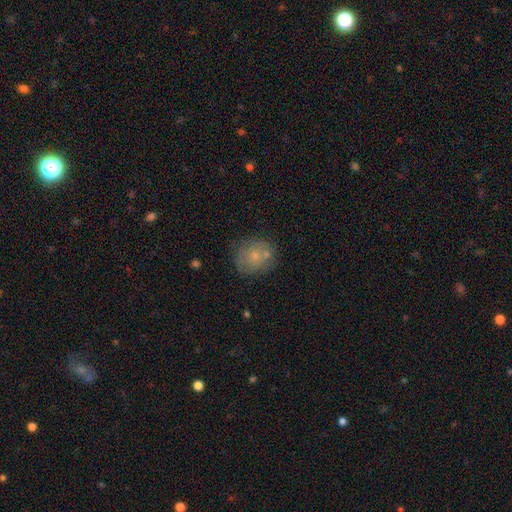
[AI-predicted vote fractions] Morphology: type=smooth (64%); roundness=round (77%); merging=none (65%).